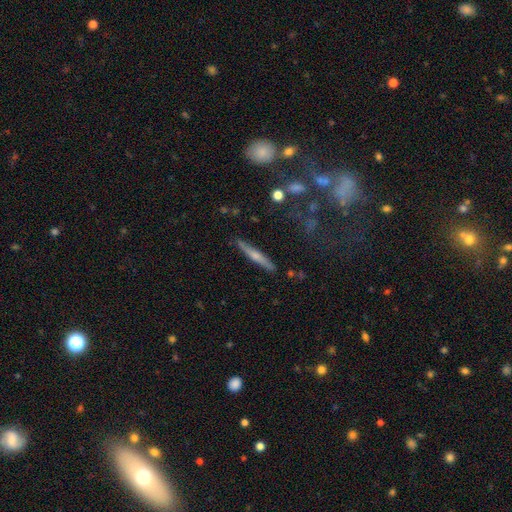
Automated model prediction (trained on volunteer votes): Smooth or featured? Predicted: featured or disk (p=0.51). Edge-on disk? Predicted: yes (p=0.96). Merging? Predicted: none (p=0.88).